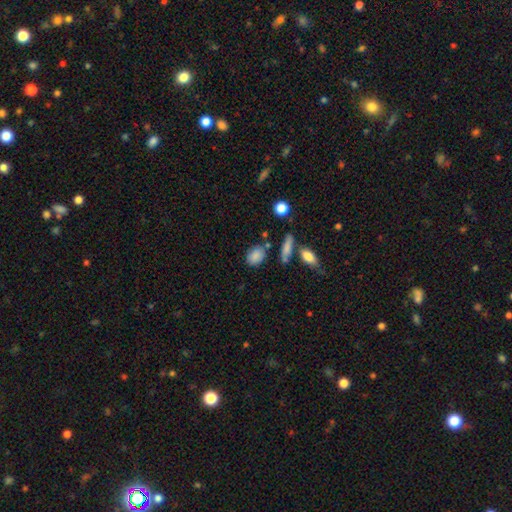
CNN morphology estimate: A smooth galaxy with no disk features (84%) that is in between round and cigar-shaped (74%). Merging: none (72%).